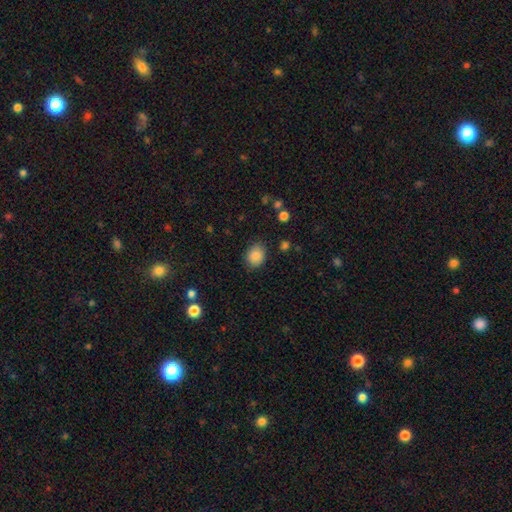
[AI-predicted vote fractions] The model was most divided on "how rounded": round: 56%, in between: 43%, cigar-shaped: 1%. More confident: smooth or featured — smooth (87%); merging — none (85%).